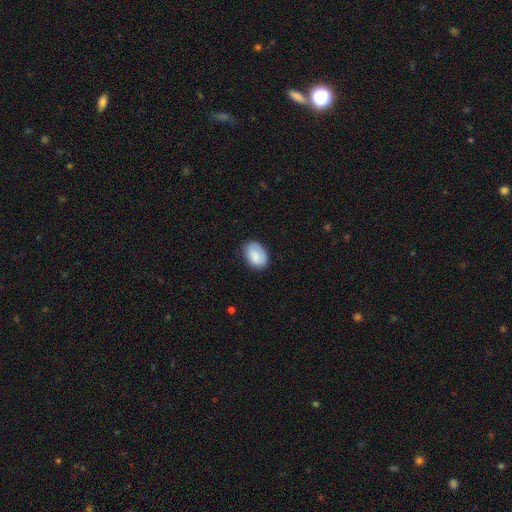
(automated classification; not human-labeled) This is clearly a smooth galaxy (84%). How rounded: clearly in between (84%). Merging: likely none (77%).